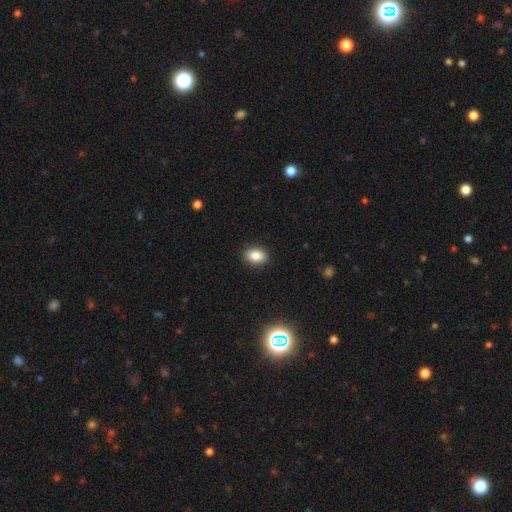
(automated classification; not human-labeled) smooth 86%, star or artifact 9%, featured or disk 5%. Down the decision tree: how rounded — in between (81%); merging — none (89%).